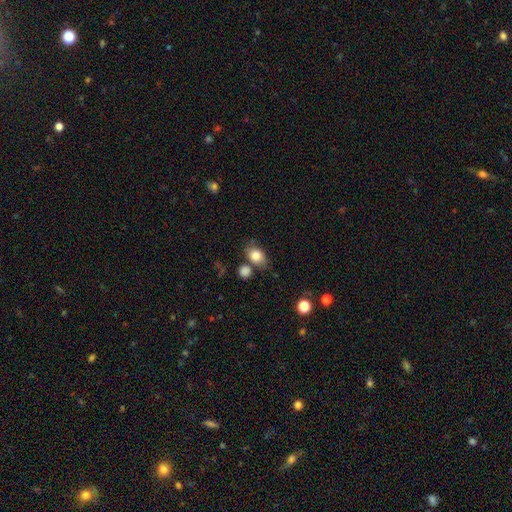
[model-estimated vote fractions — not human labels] smooth 81%, featured or disk 10%, star or artifact 9%. Down the decision tree: how rounded — in between (66%); merging — none (63%).